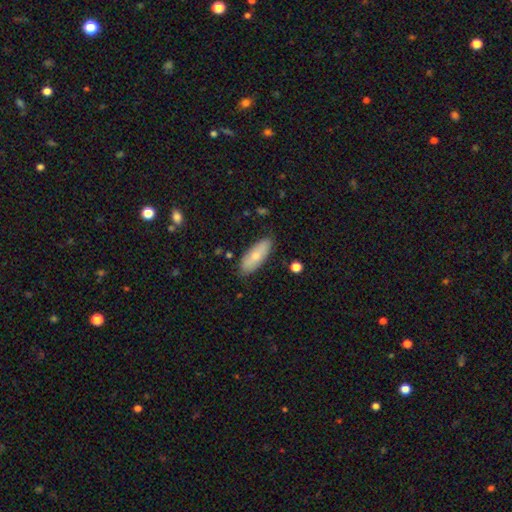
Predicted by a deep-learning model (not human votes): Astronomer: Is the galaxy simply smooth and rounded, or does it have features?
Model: smooth — 68%.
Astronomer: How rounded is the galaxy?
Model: in between — 73%.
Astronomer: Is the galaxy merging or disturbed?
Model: none — 83%.